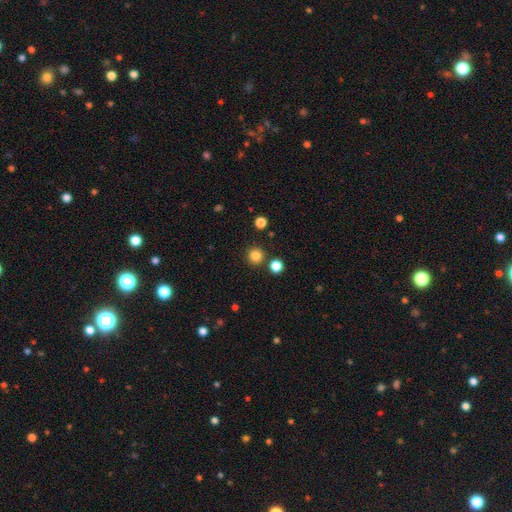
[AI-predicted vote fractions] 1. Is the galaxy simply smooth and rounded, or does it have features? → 83% smooth, 13% star or artifact, 4% featured or disk.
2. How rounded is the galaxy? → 95% round, 4% in between, 1% cigar-shaped.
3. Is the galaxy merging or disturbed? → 87% none, 6% minor disturbance, 5% merger, 2% major disturbance.